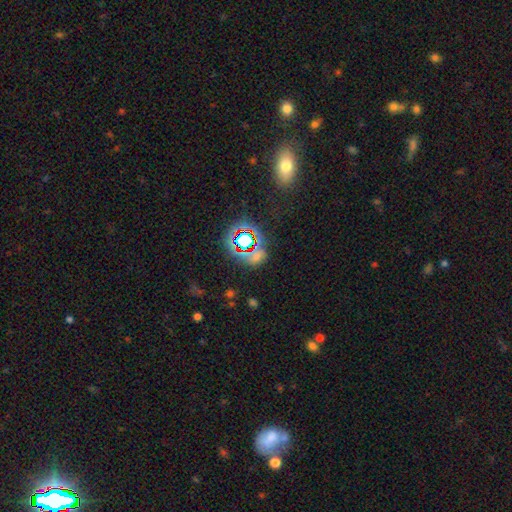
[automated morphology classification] Smooth or featured?
  - star or artifact: 59% *
  - smooth: 31%
  - featured or disk: 10%